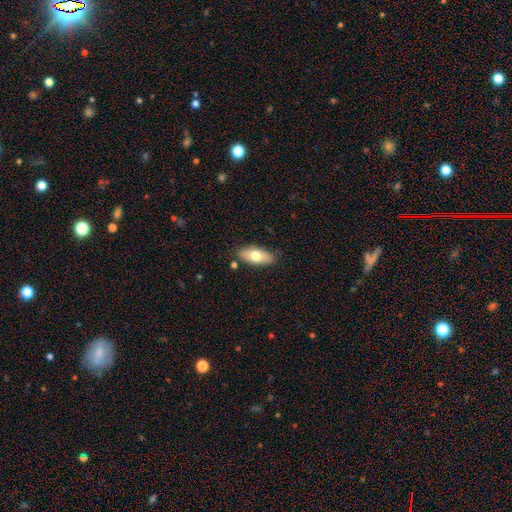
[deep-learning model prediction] Smooth or featured: smooth — 69% (featured or disk — 25%)
How rounded: in between — 80% (cigar-shaped — 17%)
Merging: none — 83% (minor disturbance — 12%)